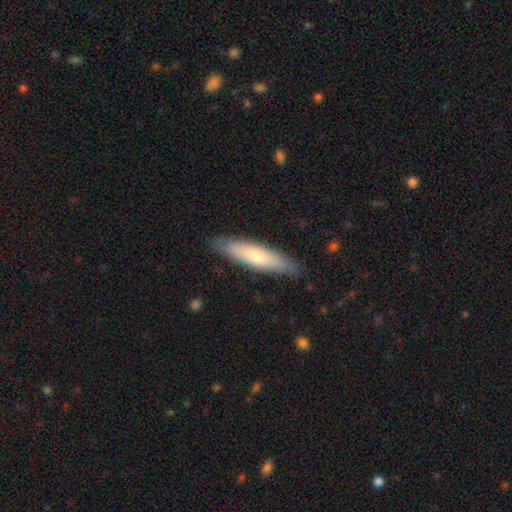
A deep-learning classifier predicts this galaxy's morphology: This appears to be a smooth galaxy with no disk features (65%) that is cigar-shaped (77%). Merging: none (87%).